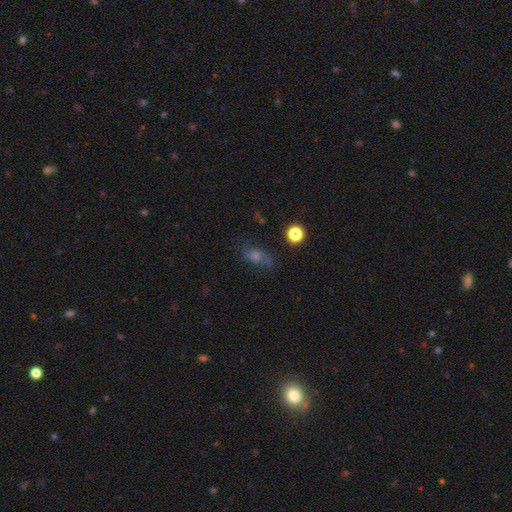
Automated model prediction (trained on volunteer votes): A smooth galaxy with no disk features (41%). Merging: none (66%).